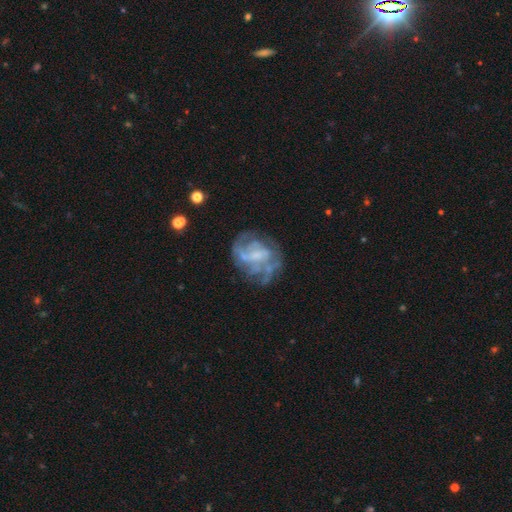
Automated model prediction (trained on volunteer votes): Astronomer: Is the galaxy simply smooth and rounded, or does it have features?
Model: featured or disk — 73%.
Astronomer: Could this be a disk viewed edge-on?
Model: no — 98%.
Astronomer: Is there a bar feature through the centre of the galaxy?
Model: no — 48% (runner-up: weak, 39%).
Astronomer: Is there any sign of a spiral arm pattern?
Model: yes — 64%.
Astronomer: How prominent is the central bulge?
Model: none — 37% (runner-up: small, 32%).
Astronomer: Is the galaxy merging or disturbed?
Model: none — 55%.